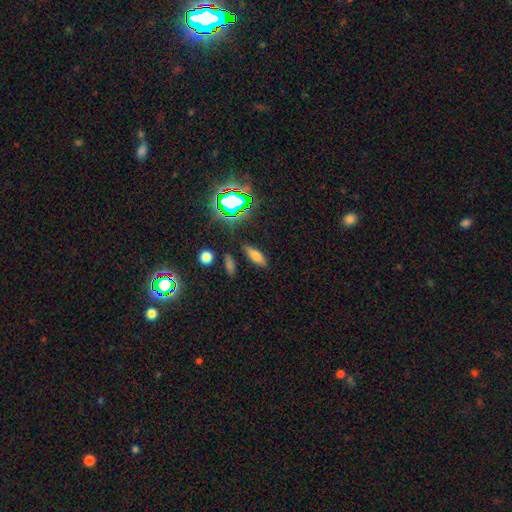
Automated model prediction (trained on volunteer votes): Smooth or featured: smooth — 70% (star or artifact — 18%)
How rounded: in between — 62% (cigar-shaped — 34%)
Merging: none — 82% (minor disturbance — 10%)